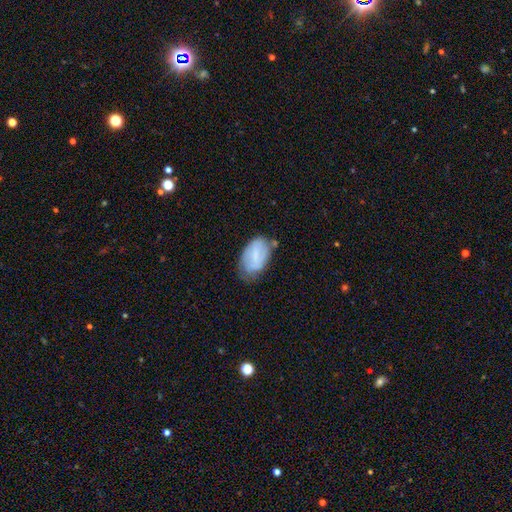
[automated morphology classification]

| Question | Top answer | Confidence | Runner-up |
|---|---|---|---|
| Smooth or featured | smooth | 50% | featured or disk (42%) |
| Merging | none | 51% | minor disturbance (35%) |